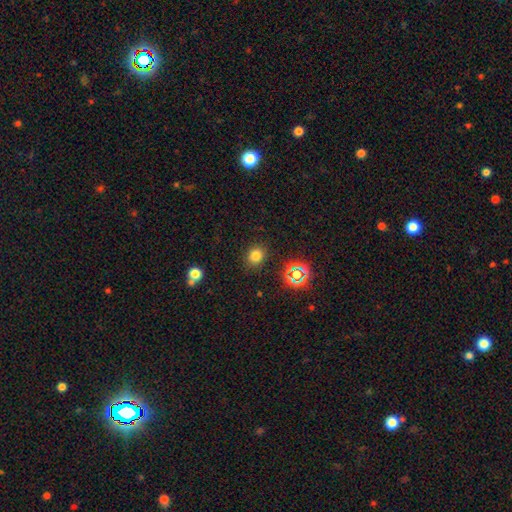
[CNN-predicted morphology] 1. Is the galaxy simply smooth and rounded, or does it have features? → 76% smooth, 18% star or artifact, 6% featured or disk.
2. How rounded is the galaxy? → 70% round, 29% in between, 1% cigar-shaped.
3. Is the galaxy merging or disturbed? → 86% none, 9% minor disturbance, 3% major disturbance, 2% merger.